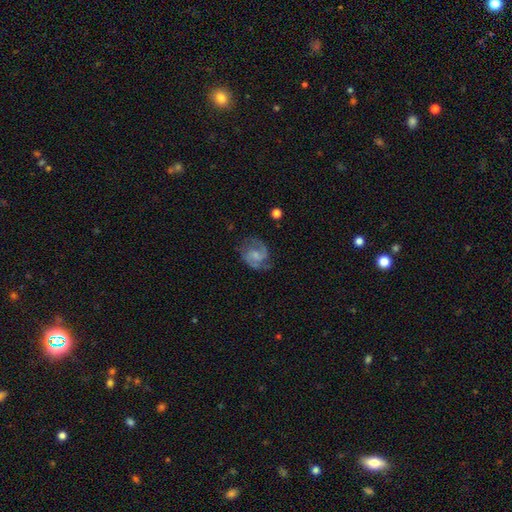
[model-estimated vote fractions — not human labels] smooth_or_featured: featured or disk (p=0.78) [alt: smooth p=0.16]
disk_edge_on: no (p=0.98) [alt: yes p=0.02]
bar: no (p=0.52) [alt: weak p=0.41]
has_spiral_arms: yes (p=0.95) [alt: no p=0.05]
spiral_winding: medium (p=0.53) [alt: tight p=0.27]
spiral_arm_count: 2 (p=0.85) [alt: can't tell p=0.06]
bulge_size: small (p=0.48) [alt: moderate p=0.26]
merging: none (p=0.69) [alt: minor disturbance p=0.20]